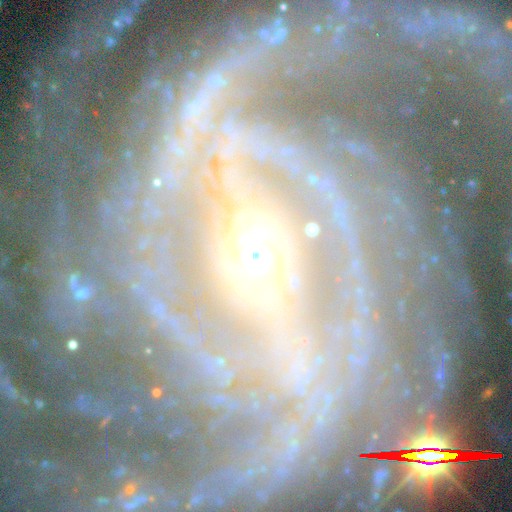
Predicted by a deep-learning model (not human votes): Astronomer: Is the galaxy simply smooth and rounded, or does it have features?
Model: featured or disk — 92%.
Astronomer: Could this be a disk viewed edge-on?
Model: no — 96%.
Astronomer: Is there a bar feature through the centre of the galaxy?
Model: strong — 62%.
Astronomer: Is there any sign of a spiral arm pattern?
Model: yes — 97%.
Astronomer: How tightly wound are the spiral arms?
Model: tight — 67%.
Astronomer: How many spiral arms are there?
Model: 2 — 24% (runner-up: can't tell, 20%).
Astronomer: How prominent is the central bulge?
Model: small — 56% (runner-up: moderate, 39%).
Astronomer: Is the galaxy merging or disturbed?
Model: none — 73%.